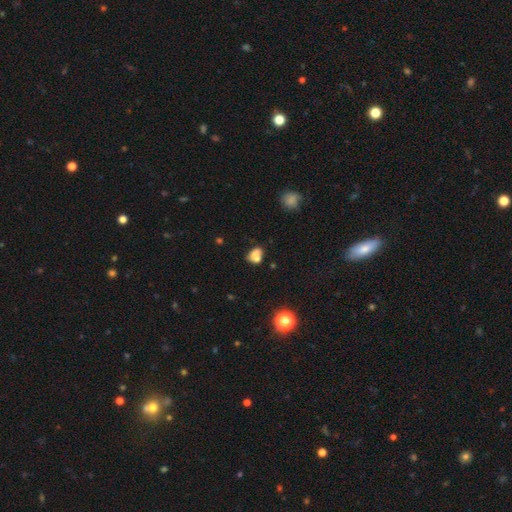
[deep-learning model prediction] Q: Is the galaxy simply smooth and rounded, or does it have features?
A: smooth — 71%.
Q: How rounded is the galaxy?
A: in between — 63%.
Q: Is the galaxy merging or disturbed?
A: merger — 45%.